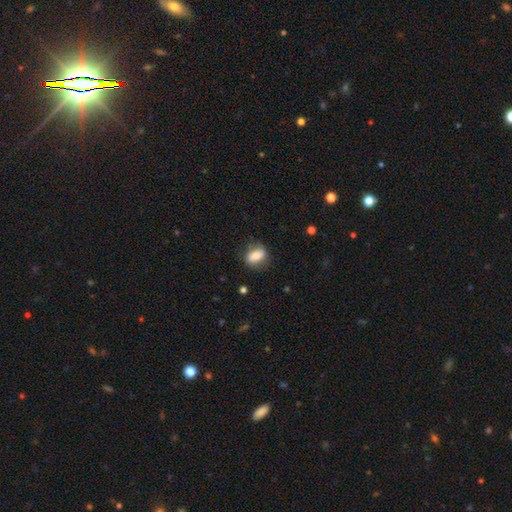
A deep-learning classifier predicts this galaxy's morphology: smooth-or-featured: smooth: 72% | featured or disk: 21% | star or artifact: 7%
  how-rounded: in between: 74% | round: 20% | cigar-shaped: 6%
  merging: none: 79% | minor disturbance: 15% | major disturbance: 5% | merger: 1%